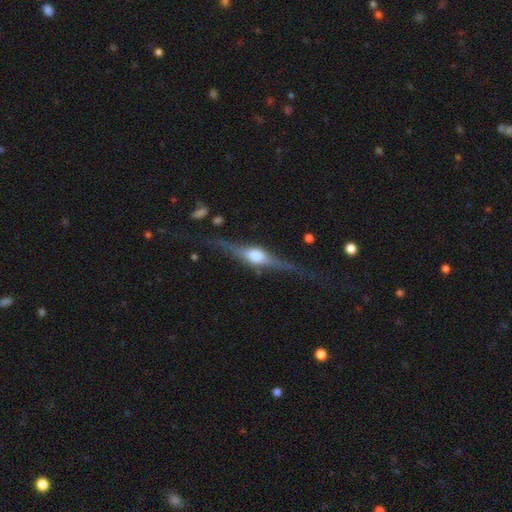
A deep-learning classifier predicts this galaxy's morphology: Smooth or featured? Predicted: featured or disk (p=0.82). Edge-on disk? Predicted: yes (p=0.97). Edge-on bulge? Predicted: rounded (p=0.91). Merging? Predicted: none (p=0.80).